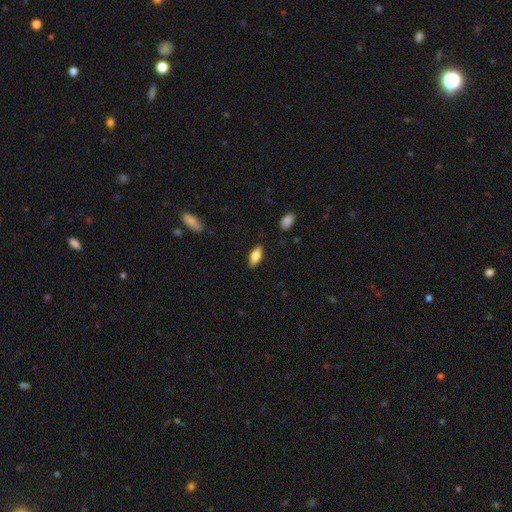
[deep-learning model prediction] Q: Smooth or featured?
A: smooth (74%); runner-up: featured or disk (19%)
Q: How rounded?
A: in between (80%); runner-up: cigar-shaped (18%)
Q: Merging?
A: none (86%); runner-up: minor disturbance (11%)